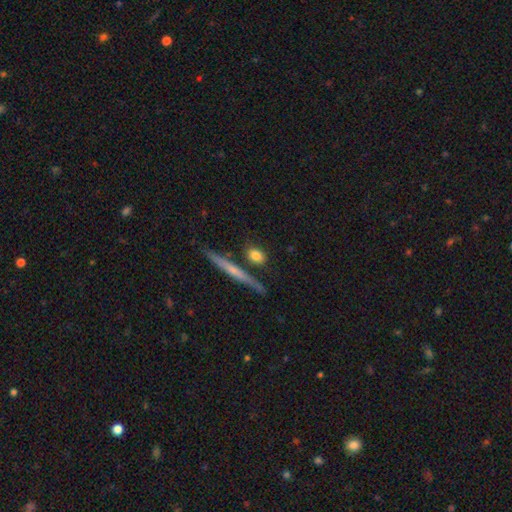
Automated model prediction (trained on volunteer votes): Smooth or featured: smooth — 77% (featured or disk — 15%)
How rounded: in between — 41% (round — 35%)
Merging: none — 75% (minor disturbance — 12%)